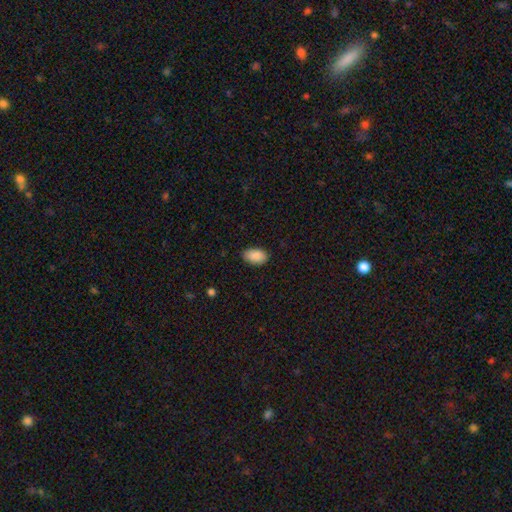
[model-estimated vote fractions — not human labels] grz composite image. It shows a smooth galaxy with no disk features (90%) that is in between round and cigar-shaped (93%). Merging: none (82%).